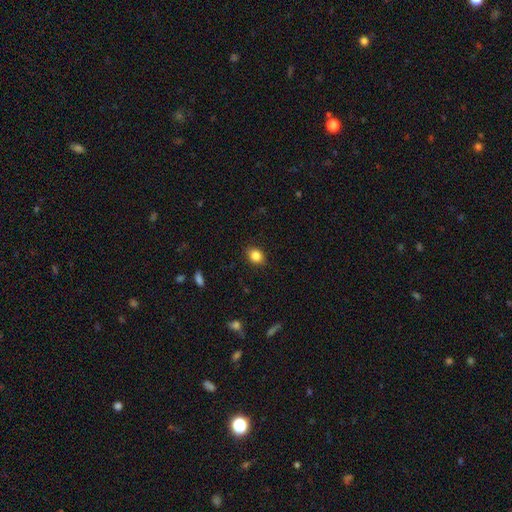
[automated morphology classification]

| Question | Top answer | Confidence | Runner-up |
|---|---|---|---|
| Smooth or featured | smooth | 84% | star or artifact (10%) |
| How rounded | in between | 57% | round (42%) |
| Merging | none | 86% | minor disturbance (10%) |